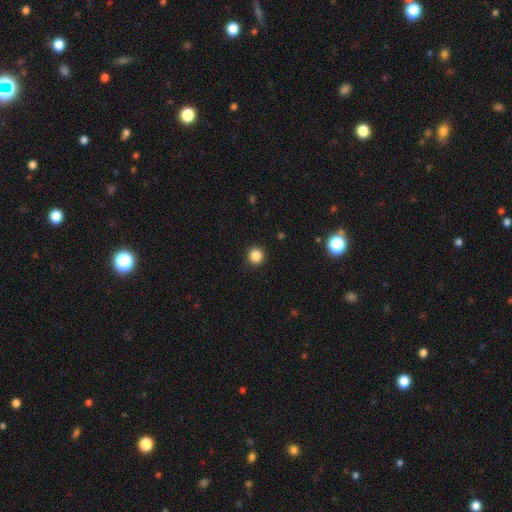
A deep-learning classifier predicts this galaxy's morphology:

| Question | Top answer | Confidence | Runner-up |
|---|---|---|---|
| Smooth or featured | smooth | 86% | star or artifact (11%) |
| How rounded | round | 94% | in between (5%) |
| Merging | none | 92% | minor disturbance (5%) |